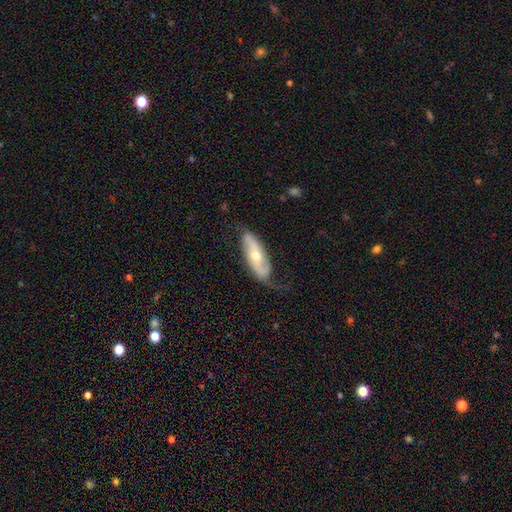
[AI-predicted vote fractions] This is likely a featured or disk galaxy (69%). It is clearly not viewed edge-on (84%). Bar: possibly no (52%). Spiral arm pattern: clearly yes (86%). Spiral arm count: clearly 2 (83%). Spiral winding: possibly loose (55%). Central bulge: possibly moderate (58%). Merging: possibly none (59%).